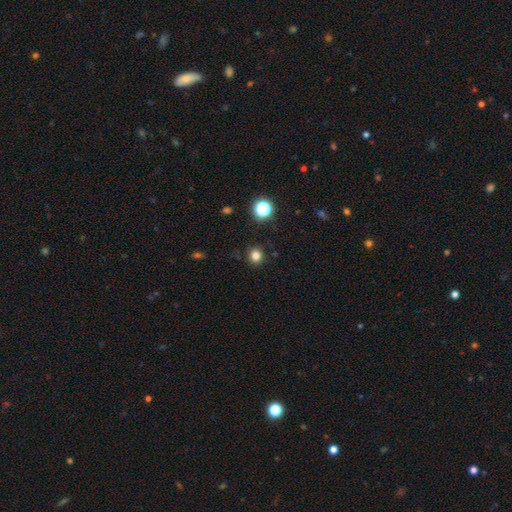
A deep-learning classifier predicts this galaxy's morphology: The model was most divided on "smooth or featured": smooth: 80%, star or artifact: 15%, featured or disk: 5%. More confident: how rounded — round (91%); merging — none (89%).